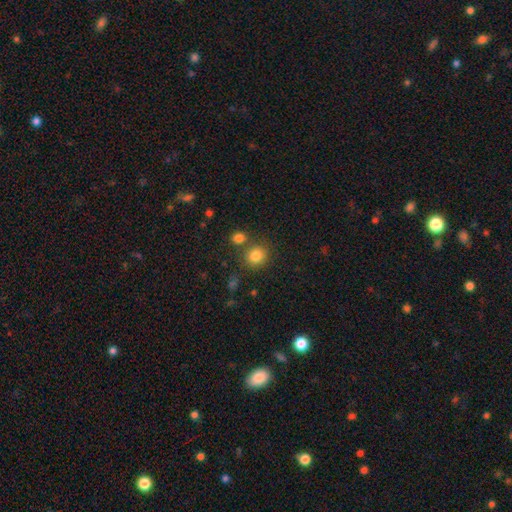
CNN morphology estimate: type=smooth (83%); roundness=round (82%); merging=none (72%).